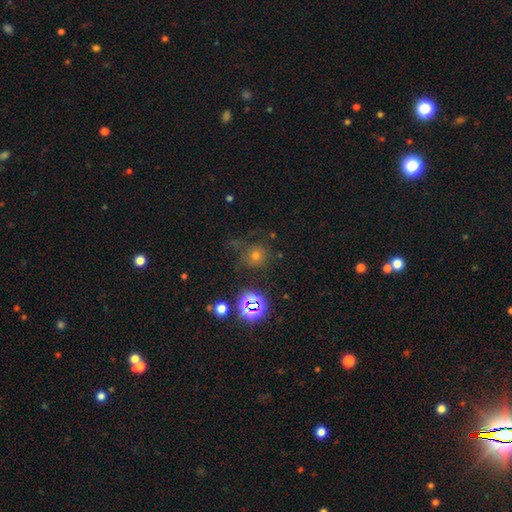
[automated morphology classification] Smooth or featured: smooth — 47% (star or artifact — 39%)
Merging: none — 70% (minor disturbance — 16%)